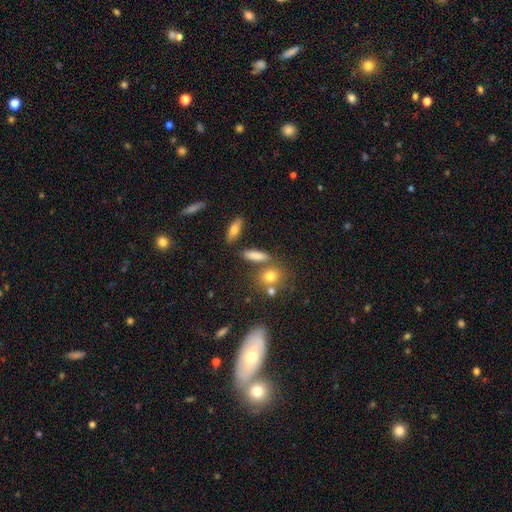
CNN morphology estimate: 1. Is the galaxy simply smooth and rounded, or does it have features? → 78% smooth, 11% featured or disk, 11% star or artifact.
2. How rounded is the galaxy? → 43% in between, 40% cigar-shaped, 17% round.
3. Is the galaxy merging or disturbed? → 71% none, 13% merger, 12% minor disturbance, 4% major disturbance.